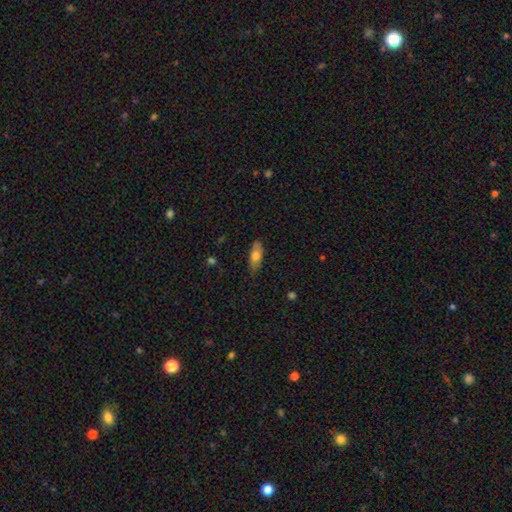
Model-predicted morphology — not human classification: This appears to be a smooth galaxy with no disk features (70%) that is in between round and cigar-shaped (69%). Merging: none (80%).